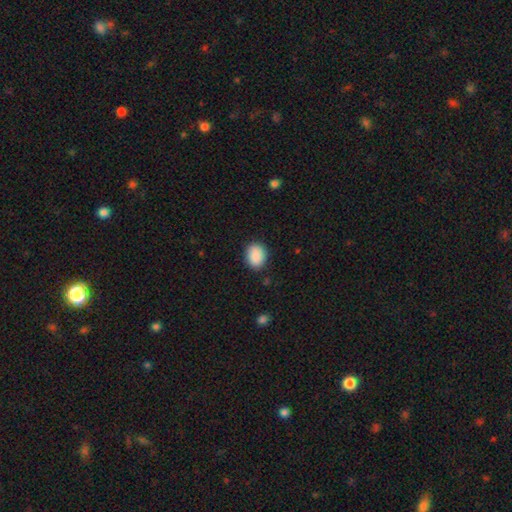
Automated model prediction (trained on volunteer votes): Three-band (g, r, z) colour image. It shows a smooth galaxy with no disk features (90%) that is in between round and cigar-shaped (59%). Merging: none (86%).